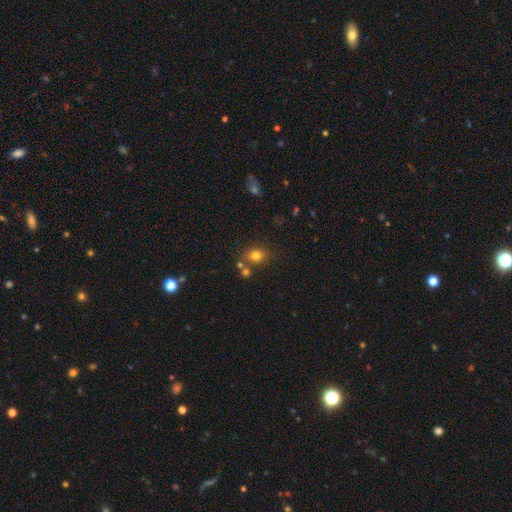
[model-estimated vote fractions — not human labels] This is likely a smooth galaxy (77%). How rounded: likely round (66%). Merging: likely none (68%).